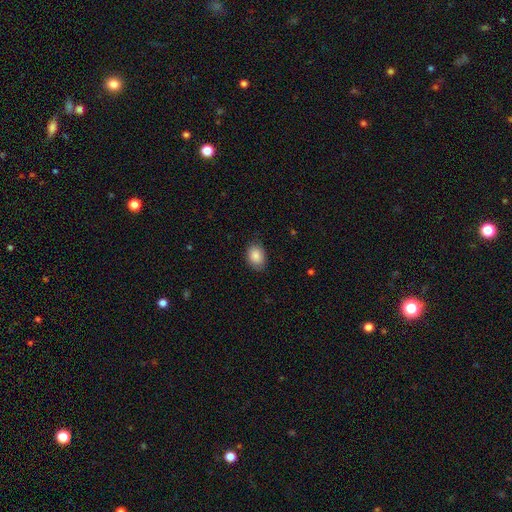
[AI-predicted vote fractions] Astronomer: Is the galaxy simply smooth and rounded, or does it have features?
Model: smooth — 87%.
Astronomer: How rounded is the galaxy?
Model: in between — 75%.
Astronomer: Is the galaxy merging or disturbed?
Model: none — 79%.